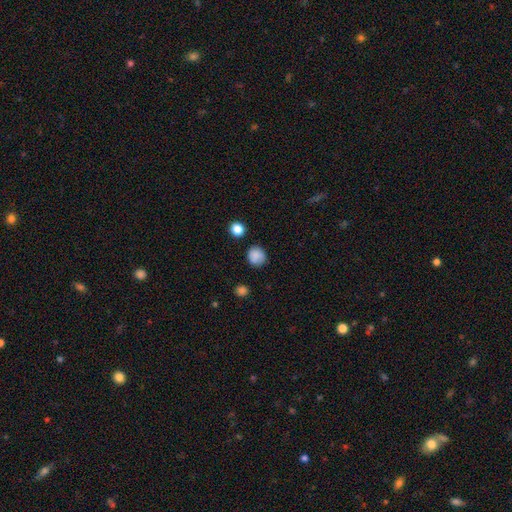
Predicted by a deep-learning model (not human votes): Overall: smooth (85%). How rounded: round (87%). Merging: none (82%).